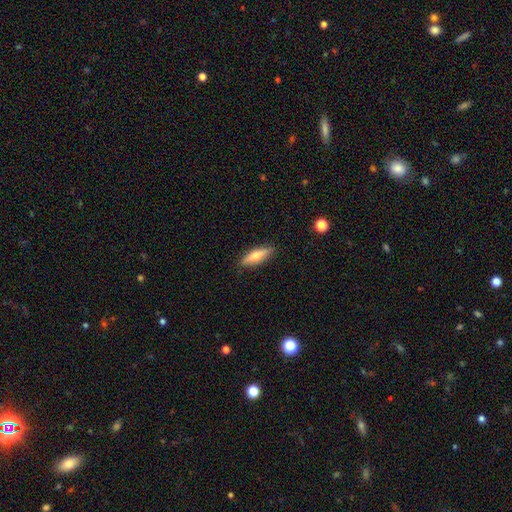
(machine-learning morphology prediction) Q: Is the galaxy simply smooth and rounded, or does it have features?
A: smooth — 61%.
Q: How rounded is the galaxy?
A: cigar-shaped — 60%.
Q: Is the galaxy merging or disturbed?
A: none — 87%.